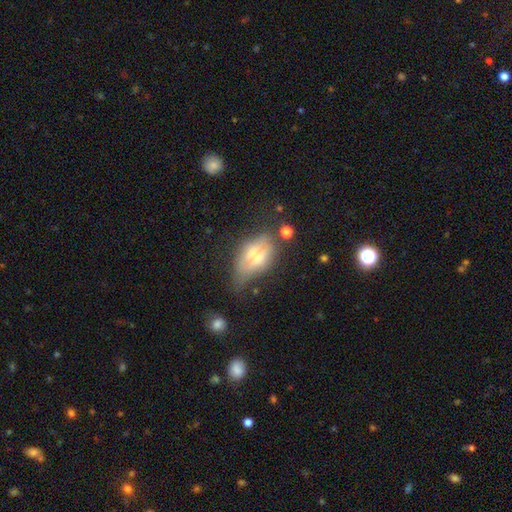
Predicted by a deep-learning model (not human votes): Smooth or featured? Predicted: featured or disk (p=0.51). Edge-on disk? Predicted: yes (p=0.53). Merging? Predicted: none (p=0.44).